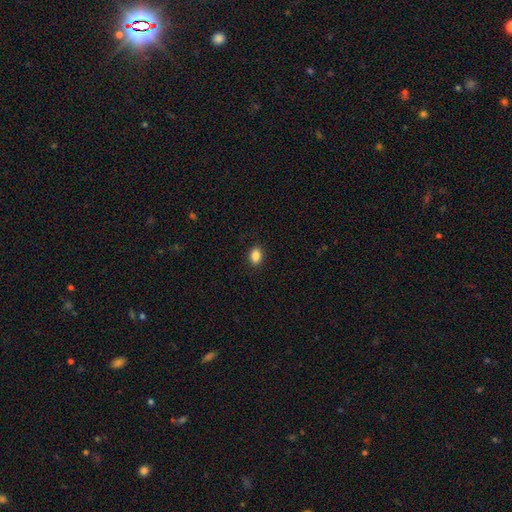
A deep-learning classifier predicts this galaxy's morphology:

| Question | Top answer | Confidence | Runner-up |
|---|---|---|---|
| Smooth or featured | smooth | 87% | star or artifact (9%) |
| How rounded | in between | 73% | round (26%) |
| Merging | none | 90% | minor disturbance (7%) |